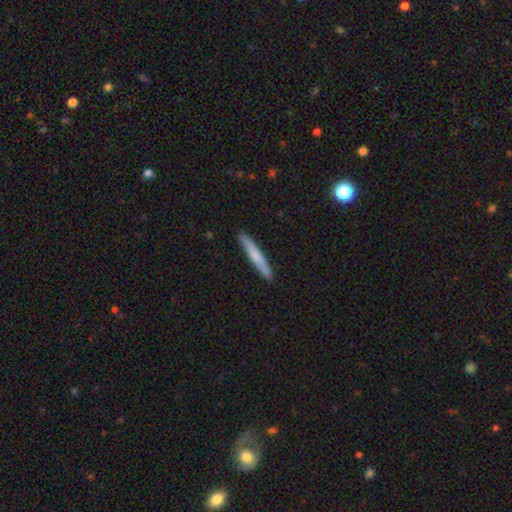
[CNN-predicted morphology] A smooth galaxy with no disk features (68%) that is cigar-shaped (96%).

Vote fractions:
- Smooth or featured? smooth: 68% / featured or disk: 27% / star or artifact: 5%
- How rounded? cigar-shaped: 96% / in between: 3% / round: 1%
- Merging? none: 92% / minor disturbance: 6% / major disturbance: 1% / merger: 1%